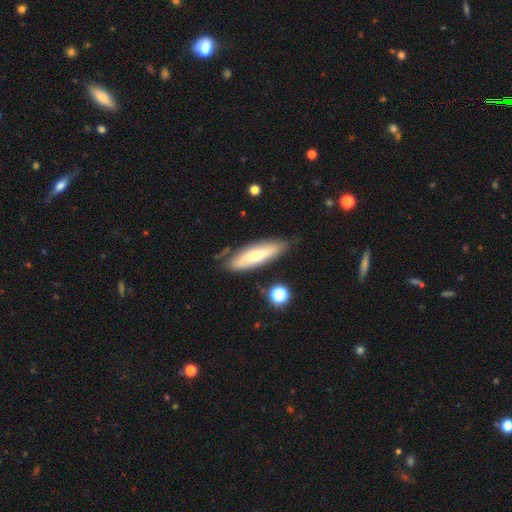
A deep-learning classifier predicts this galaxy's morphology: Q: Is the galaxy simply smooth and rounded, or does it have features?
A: smooth — 52%.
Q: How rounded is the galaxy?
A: cigar-shaped — 57%.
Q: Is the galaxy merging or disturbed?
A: none — 76%.